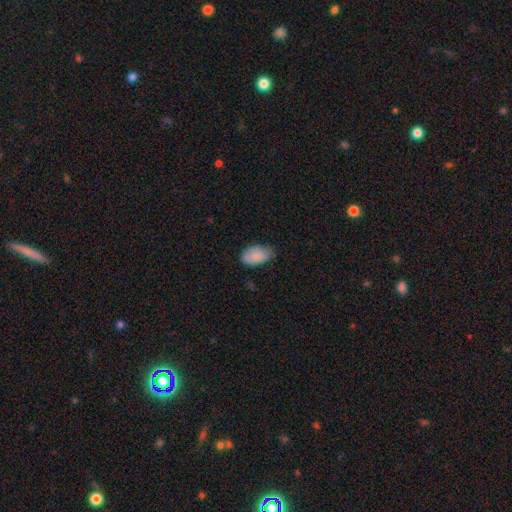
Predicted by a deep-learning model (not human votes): The model was most divided on "merging": none: 66%, minor disturbance: 28%, major disturbance: 4%, merger: 1%. More confident: how rounded — in between (94%); smooth or featured — smooth (87%).